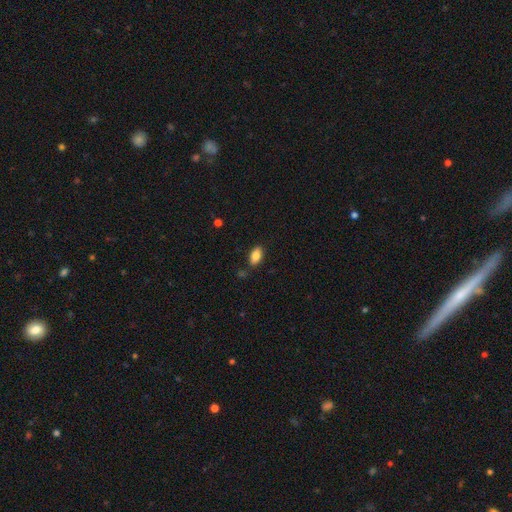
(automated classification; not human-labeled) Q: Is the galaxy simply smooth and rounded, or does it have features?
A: smooth — 85%.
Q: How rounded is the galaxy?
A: in between — 91%.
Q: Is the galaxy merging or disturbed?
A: none — 82%.